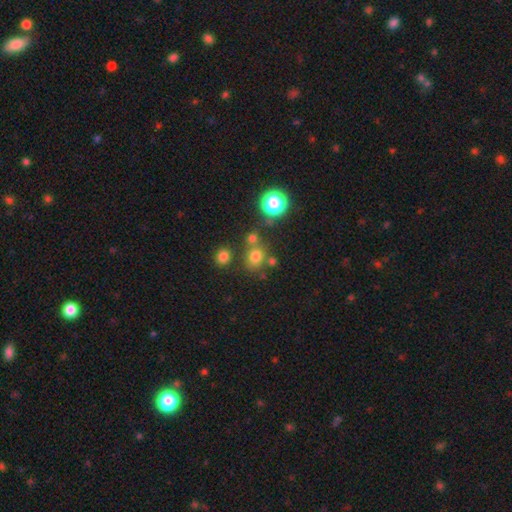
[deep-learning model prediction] smooth-or-featured: smooth: 71% | star or artifact: 21% | featured or disk: 8%
  how-rounded: round: 73% | in between: 26% | cigar-shaped: 1%
  merging: none: 65% | merger: 20% | minor disturbance: 11% | major disturbance: 5%